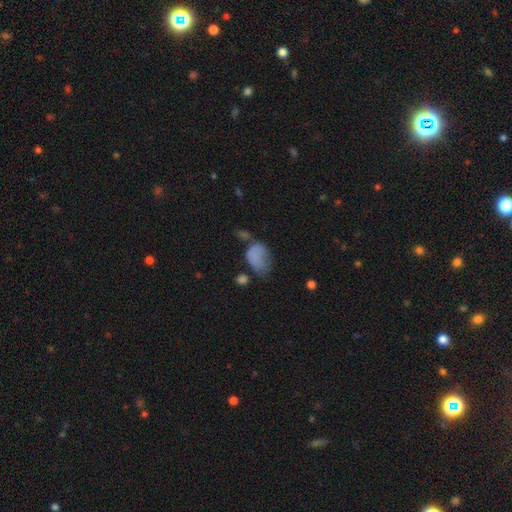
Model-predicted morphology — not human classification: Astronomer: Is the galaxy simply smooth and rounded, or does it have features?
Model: smooth — 73%.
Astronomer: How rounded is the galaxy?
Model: in between — 83%.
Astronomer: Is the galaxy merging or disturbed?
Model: major disturbance — 33% (runner-up: minor disturbance, 29%).